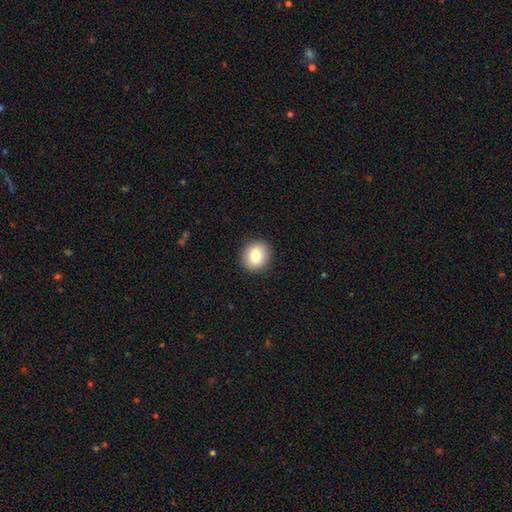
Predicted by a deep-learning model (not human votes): The model was most divided on "how rounded": round: 85%, in between: 14%, cigar-shaped: 1%. More confident: merging — none (91%); smooth or featured — smooth (81%).